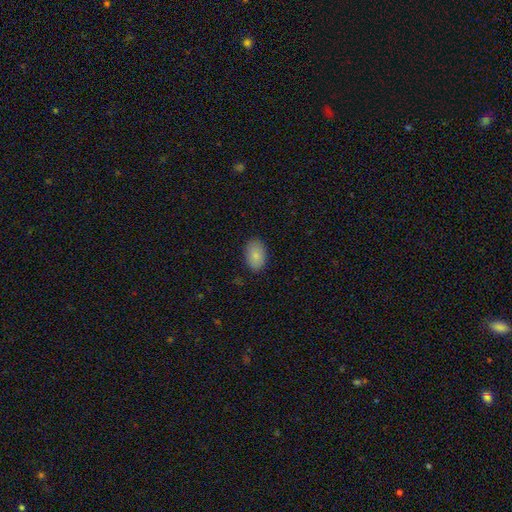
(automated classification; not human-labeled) Q: Smooth or featured?
A: smooth (85%); runner-up: featured or disk (7%)
Q: How rounded?
A: in between (88%); runner-up: round (11%)
Q: Merging?
A: none (86%); runner-up: minor disturbance (11%)